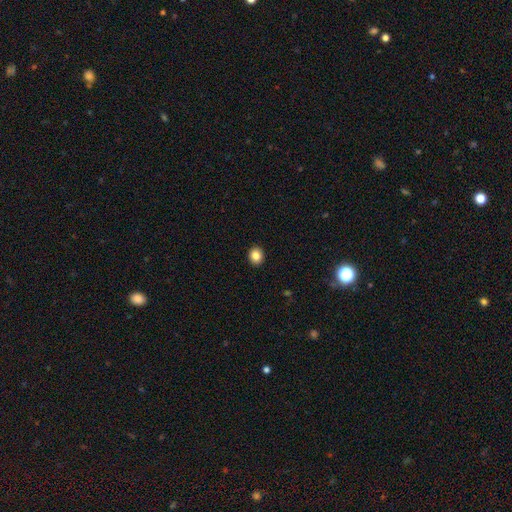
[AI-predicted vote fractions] Smooth or featured?
  - smooth: 85% *
  - star or artifact: 10%
  - featured or disk: 5%
How rounded?
  - round: 69% *
  - in between: 30%
  - cigar-shaped: 1%
Merging?
  - none: 92% *
  - minor disturbance: 5%
  - major disturbance: 1%
  - merger: 1%